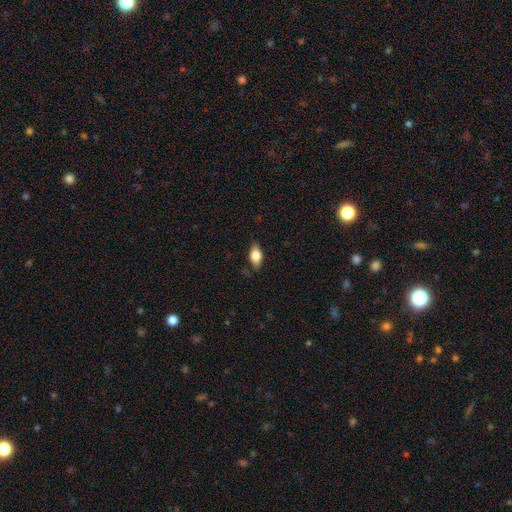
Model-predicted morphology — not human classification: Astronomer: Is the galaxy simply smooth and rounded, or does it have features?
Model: smooth — 74%.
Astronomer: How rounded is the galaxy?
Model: in between — 86%.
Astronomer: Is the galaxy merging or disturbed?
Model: none — 80%.